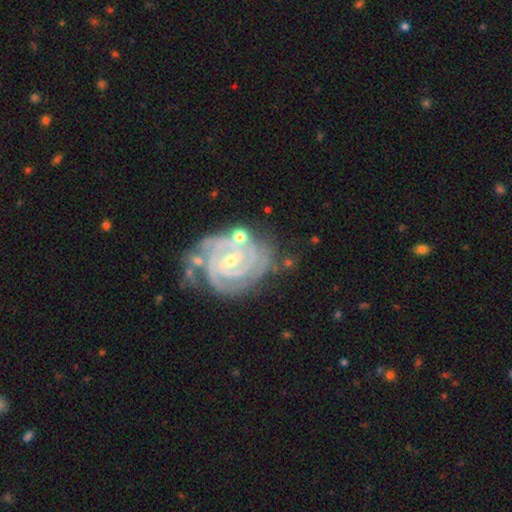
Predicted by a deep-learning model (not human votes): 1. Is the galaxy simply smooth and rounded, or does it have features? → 91% featured or disk, 5% star or artifact, 4% smooth.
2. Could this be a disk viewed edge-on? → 98% no, 2% yes.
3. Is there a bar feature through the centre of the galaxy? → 46% weak, 32% no, 21% strong.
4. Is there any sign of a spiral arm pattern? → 98% yes, 2% no.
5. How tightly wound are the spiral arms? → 78% tight, 19% medium, 3% loose.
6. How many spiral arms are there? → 38% 3, 28% 2, 13% 4, 12% can't tell, 5% more than 4, 5% 1.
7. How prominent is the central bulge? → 58% small, 39% moderate, 1% large, 1% none, 1% dominant.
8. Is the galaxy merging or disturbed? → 61% none, 21% minor disturbance, 10% merger, 8% major disturbance.